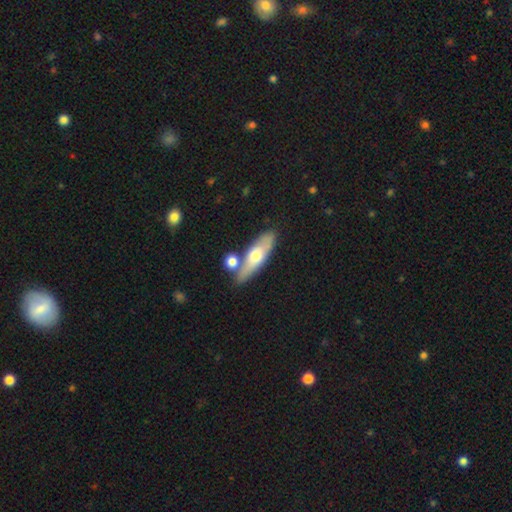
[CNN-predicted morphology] This is possibly a smooth galaxy (49%). Merging: likely none (67%).